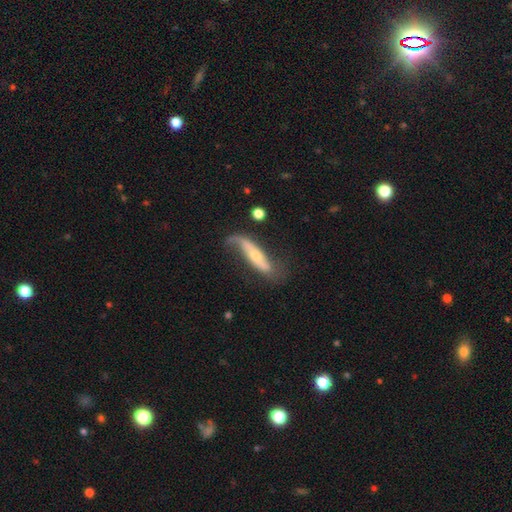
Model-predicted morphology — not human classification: type=featured or disk (65%); edge-on=no (61%); merging=none (46%).